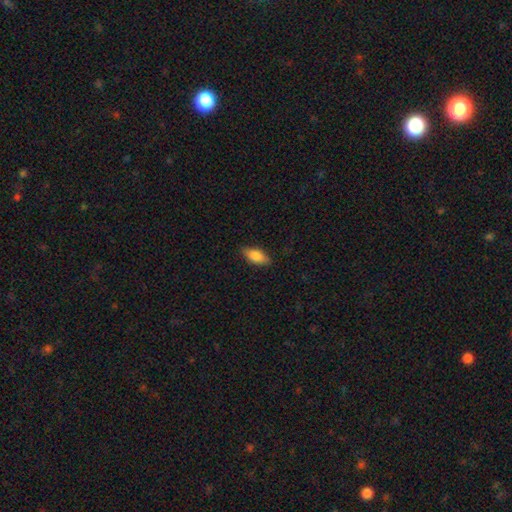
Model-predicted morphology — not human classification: smooth-or-featured: smooth: 81% | featured or disk: 12% | star or artifact: 7%
  how-rounded: in between: 84% | cigar-shaped: 13% | round: 3%
  merging: none: 83% | minor disturbance: 13% | major disturbance: 2% | merger: 1%